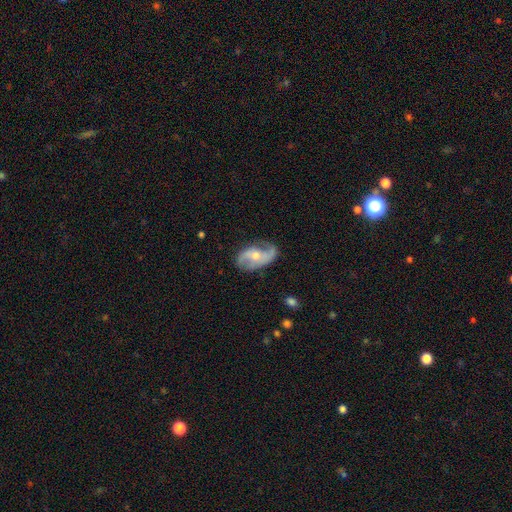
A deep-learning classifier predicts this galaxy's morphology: smooth-or-featured: featured or disk: 80% | smooth: 14% | star or artifact: 6%
  disk-edge-on: no: 96% | yes: 4%
    bar: no: 52% | weak: 34% | strong: 15%
    has-spiral-arms: yes: 92% | no: 8%
      spiral-winding: loose: 49% | medium: 36% | tight: 15%
      spiral-arm-count: 2: 86% | can't tell: 6% | 1: 4% | 3: 2% | 4: 1% | more than 4: 1%
    bulge-size: moderate: 58% | small: 38% | large: 2% | none: 1% | dominant: 1%
  merging: none: 70% | minor disturbance: 21% | major disturbance: 8% | merger: 2%